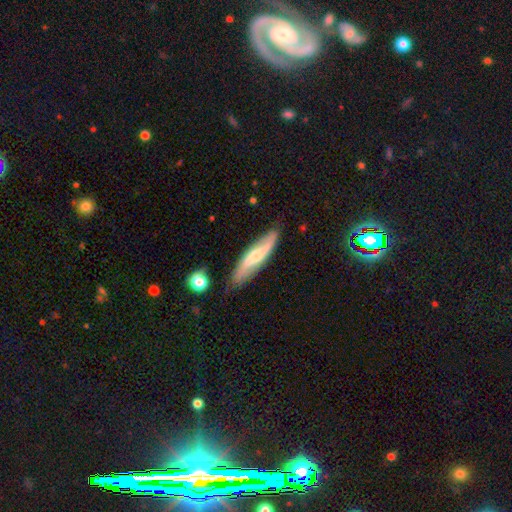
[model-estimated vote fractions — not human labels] smooth-or-featured: featured or disk: 58% | smooth: 36% | star or artifact: 6%
  disk-edge-on: no: 62% | yes: 38%
  merging: none: 78% | minor disturbance: 16% | major disturbance: 3% | merger: 3%